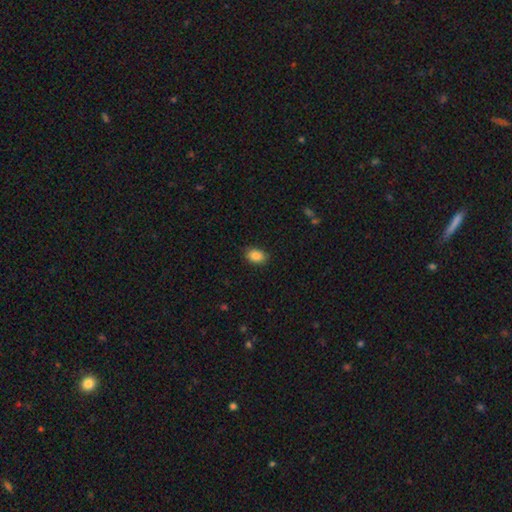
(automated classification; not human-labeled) Overall: smooth (88%). How rounded: in between (82%). Merging: none (87%).